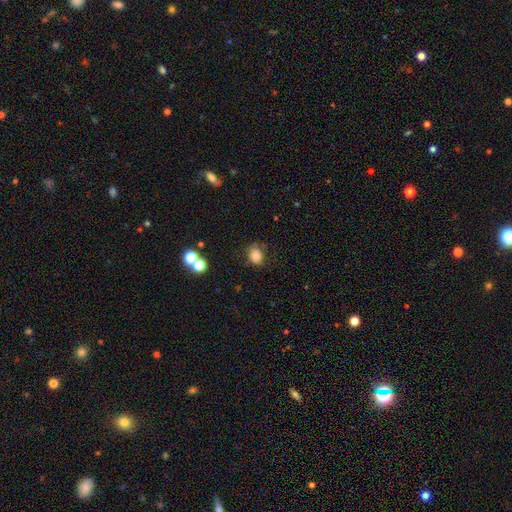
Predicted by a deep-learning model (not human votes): A smooth galaxy with no disk features (77%) that is in between round and cigar-shaped (61%). Merging: none (67%).